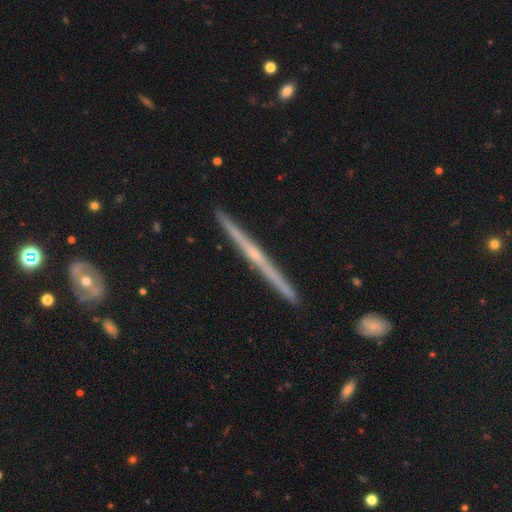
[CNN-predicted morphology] Smooth or featured: featured or disk — 80% (smooth — 15%)
Edge-on disk: yes — 98% (no — 2%)
Edge-on bulge: rounded — 52% (none — 43%)
Merging: none — 92% (minor disturbance — 6%)